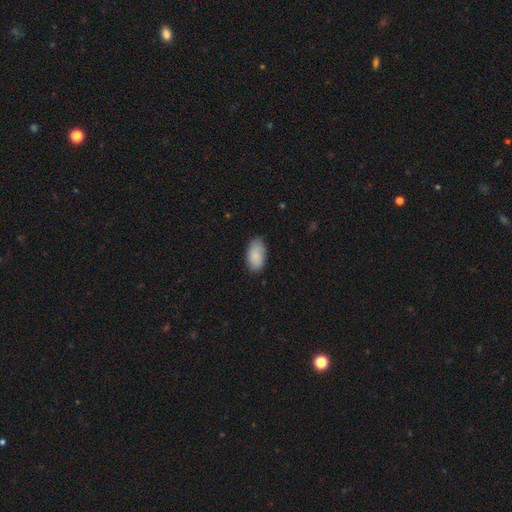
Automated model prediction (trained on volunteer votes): A smooth galaxy with no disk features (87%) that is in between round and cigar-shaped (95%). Merging: none (77%).